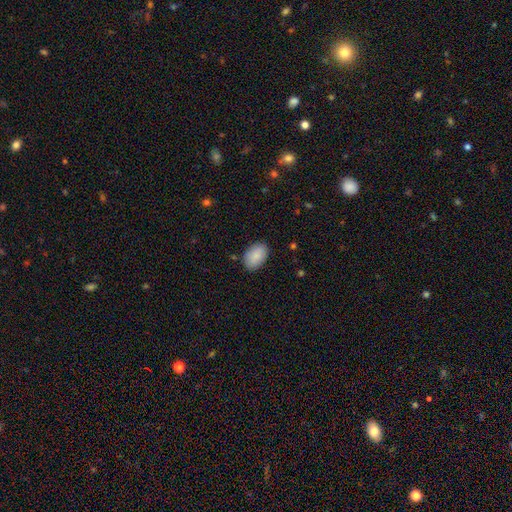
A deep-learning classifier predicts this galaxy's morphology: This appears to be a smooth galaxy with no disk features (88%) that is in between round and cigar-shaped (91%). Merging: none (86%).